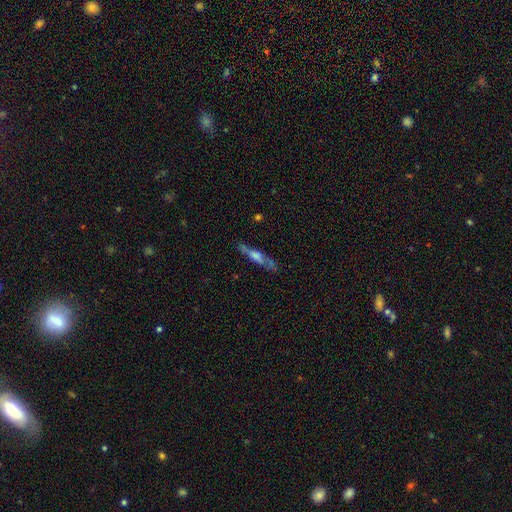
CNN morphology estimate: Q: Smooth or featured?
A: featured or disk (54%); runner-up: smooth (39%)
Q: Edge-on disk?
A: yes (83%); runner-up: no (17%)
Q: Merging?
A: none (66%); runner-up: minor disturbance (21%)